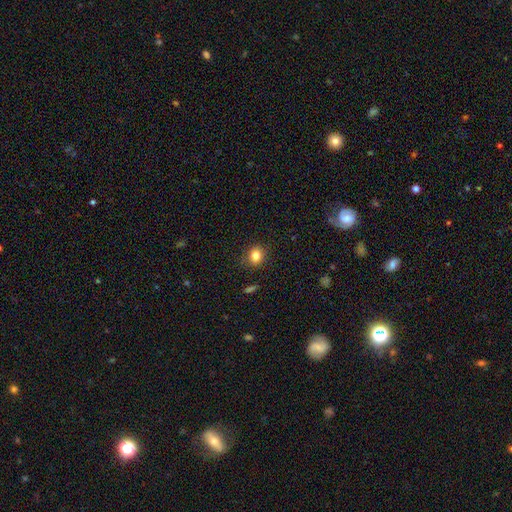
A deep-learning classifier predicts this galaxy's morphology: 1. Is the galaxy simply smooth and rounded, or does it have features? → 82% smooth, 11% star or artifact, 6% featured or disk.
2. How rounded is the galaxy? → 69% round, 30% in between, 1% cigar-shaped.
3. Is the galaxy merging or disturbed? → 87% none, 9% minor disturbance, 2% major disturbance, 1% merger.